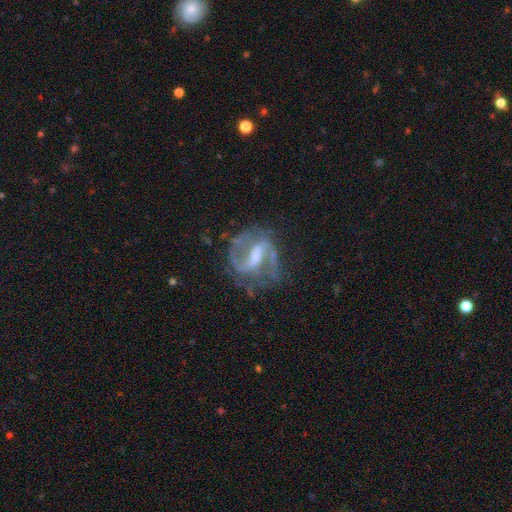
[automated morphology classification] featured or disk 87%, smooth 7%, star or artifact 6%. Down the decision tree: edge-on disk — no (98%); bar — weak (45%); spiral arms — yes (94%); spiral arm count — 2 (86%); spiral winding — medium (55%); bulge size — moderate (34%); merging — none (62%).